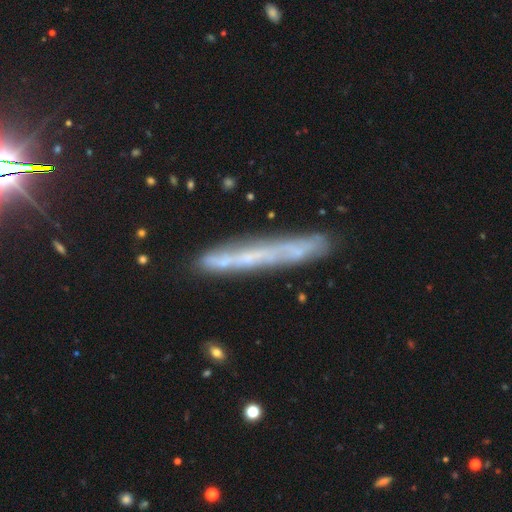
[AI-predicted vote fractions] featured or disk 57%, smooth 31%, star or artifact 11%. Down the decision tree: edge-on disk — yes (81%); merging — none (80%).